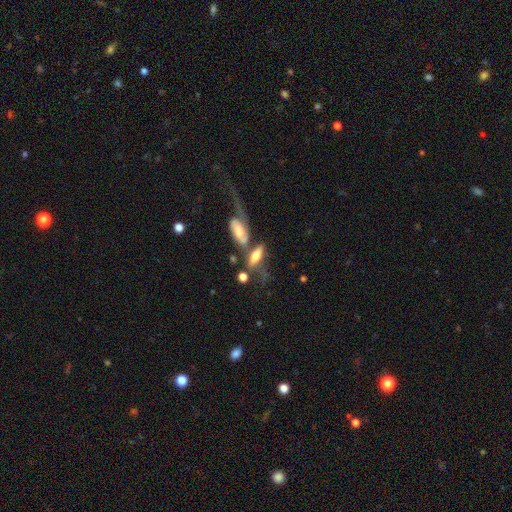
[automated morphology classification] type=smooth (48%); merging=merger (42%).